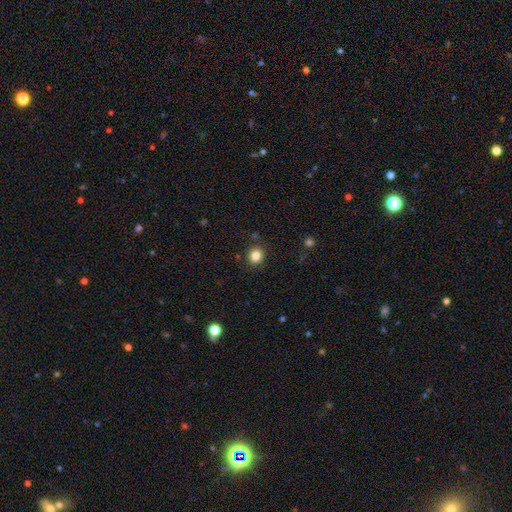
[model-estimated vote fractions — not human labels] smooth_or_featured: smooth (p=0.84) [alt: star or artifact p=0.11]
how_rounded: round (p=0.80) [alt: in between p=0.19]
merging: none (p=0.88) [alt: minor disturbance p=0.08]